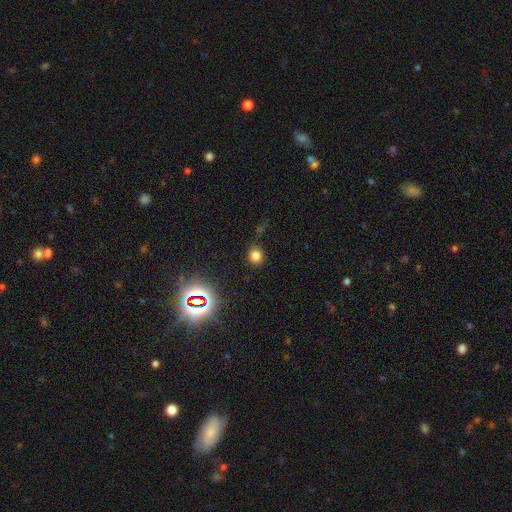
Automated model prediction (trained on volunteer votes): A smooth galaxy with no disk features (75%) that is round (81%).

Vote fractions:
- Smooth or featured? smooth: 75% / star or artifact: 19% / featured or disk: 6%
- How rounded? round: 81% / in between: 18% / cigar-shaped: 1%
- Merging? none: 81% / minor disturbance: 12% / major disturbance: 4% / merger: 3%